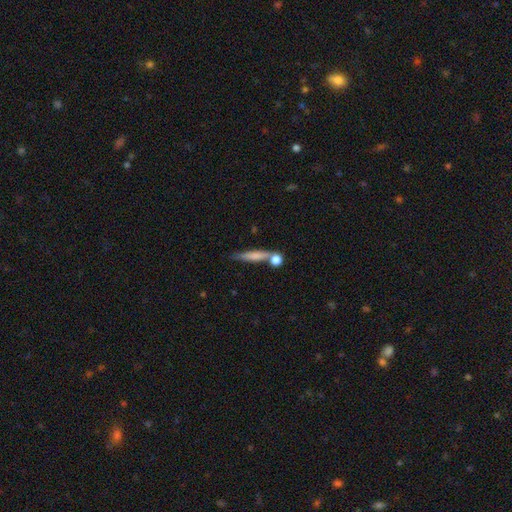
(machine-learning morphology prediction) Q: Smooth or featured?
A: smooth (64%); runner-up: featured or disk (28%)
Q: How rounded?
A: cigar-shaped (84%); runner-up: in between (11%)
Q: Merging?
A: none (62%); runner-up: merger (19%)